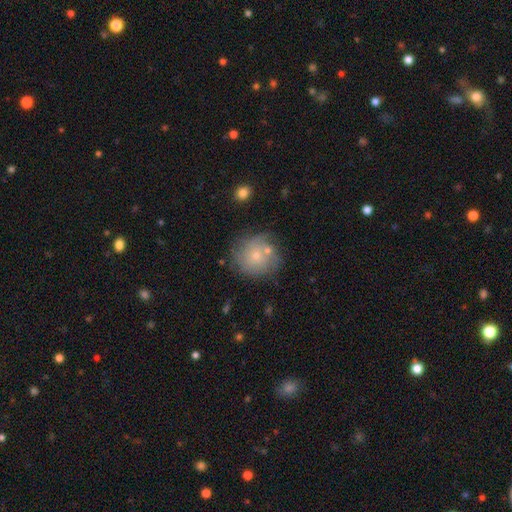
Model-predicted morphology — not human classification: This is likely a smooth galaxy (61%). How rounded: clearly round (89%). Merging: possibly none (59%).